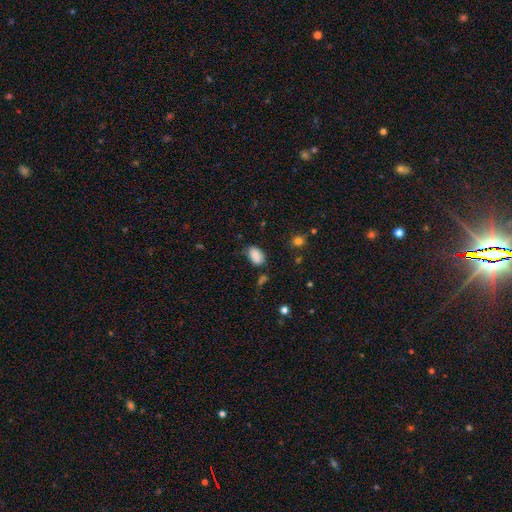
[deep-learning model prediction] This is clearly a smooth galaxy (86%). How rounded: clearly in between (89%). Merging: likely none (67%).